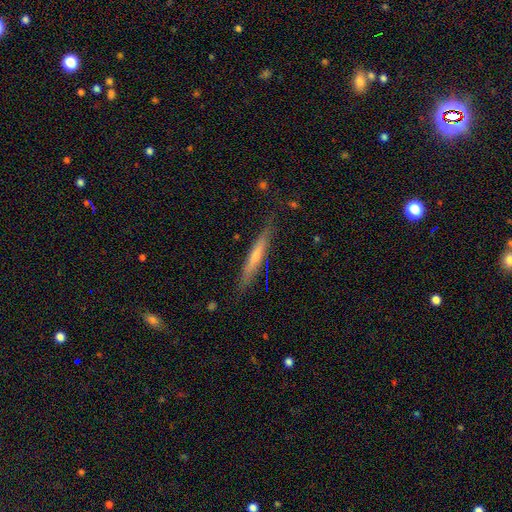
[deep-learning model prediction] Smooth or featured?
  - featured or disk: 47% * (tied)
  - smooth: 47% * (tied)
  - star or artifact: 6%
Merging?
  - none: 83% *
  - minor disturbance: 13%
  - major disturbance: 2%
  - merger: 1%